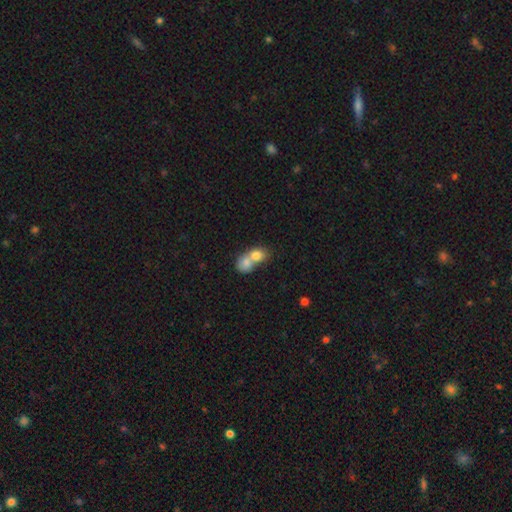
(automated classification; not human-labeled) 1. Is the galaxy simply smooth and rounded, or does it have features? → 76% smooth, 16% featured or disk, 8% star or artifact.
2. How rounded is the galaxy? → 52% round, 46% in between, 1% cigar-shaped.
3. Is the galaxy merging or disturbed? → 76% merger, 17% none, 5% minor disturbance, 3% major disturbance.